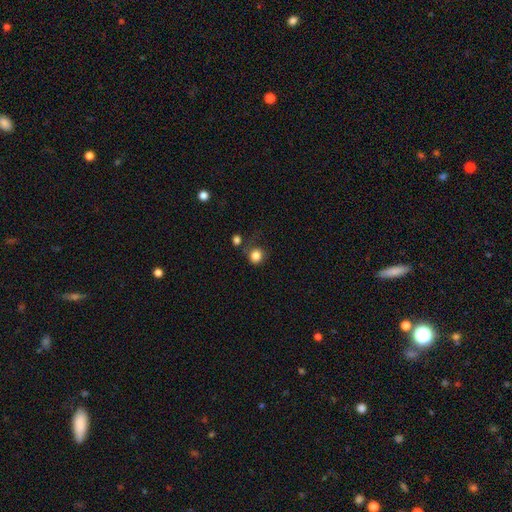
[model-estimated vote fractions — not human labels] smooth-or-featured: smooth: 84% | star or artifact: 11% | featured or disk: 6%
  how-rounded: round: 86% | in between: 13% | cigar-shaped: 1%
  merging: none: 63% | minor disturbance: 18% | merger: 11% | major disturbance: 9%